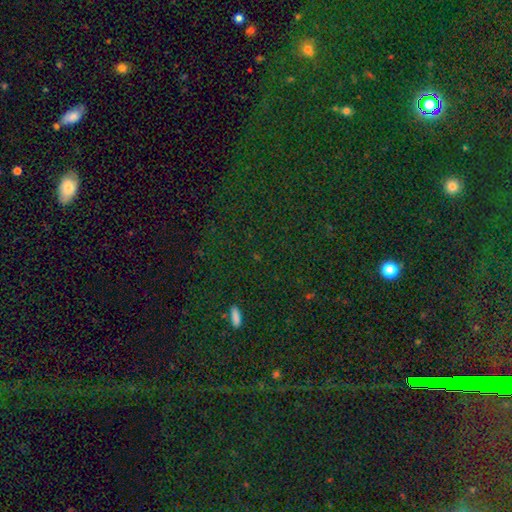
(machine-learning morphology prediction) Smooth or featured: star or artifact — 77% (smooth — 14%)